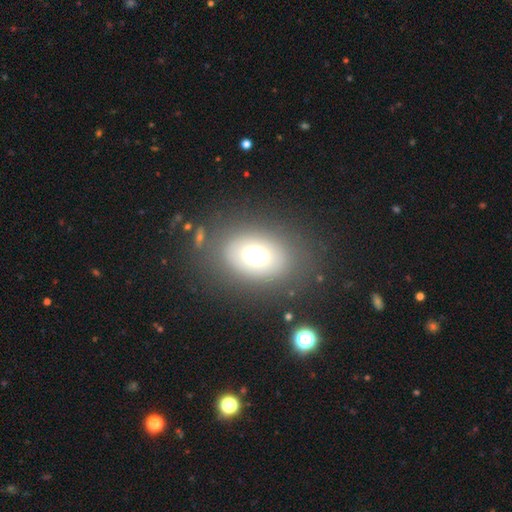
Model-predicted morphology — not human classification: Smooth or featured: smooth — 66% (featured or disk — 21%)
How rounded: in between — 76% (round — 23%)
Merging: none — 79% (minor disturbance — 11%)